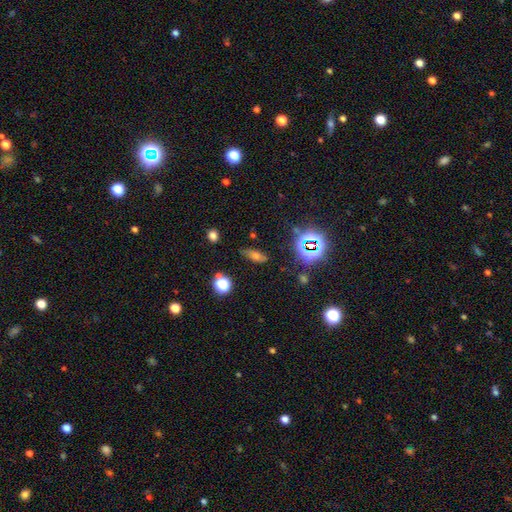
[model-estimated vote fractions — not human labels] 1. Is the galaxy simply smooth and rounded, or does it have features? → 43% smooth, 34% star or artifact, 23% featured or disk.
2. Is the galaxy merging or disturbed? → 77% none, 15% minor disturbance, 5% major disturbance, 3% merger.